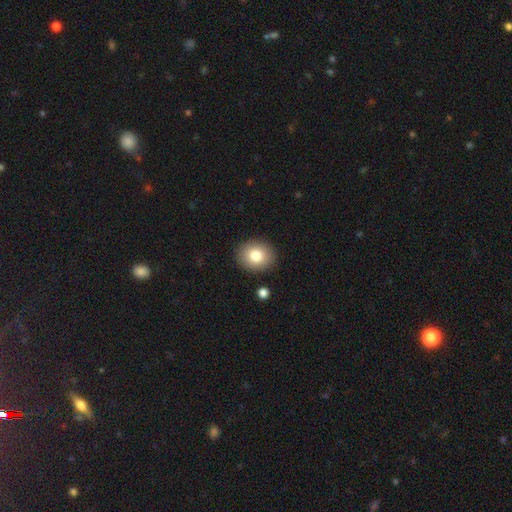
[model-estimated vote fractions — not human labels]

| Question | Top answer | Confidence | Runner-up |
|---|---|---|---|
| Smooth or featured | smooth | 81% | featured or disk (10%) |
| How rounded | round | 61% | in between (38%) |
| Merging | none | 89% | minor disturbance (7%) |